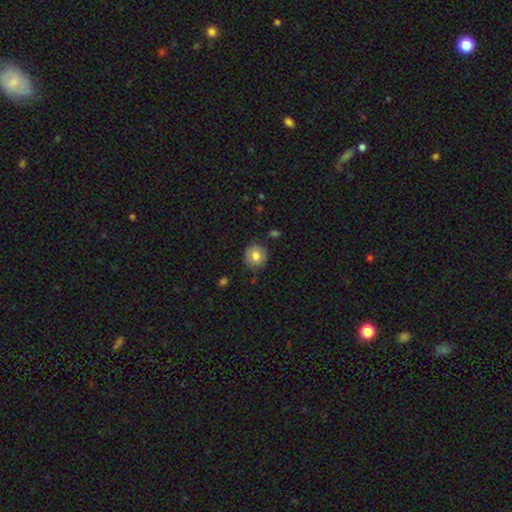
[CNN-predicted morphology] This is likely a smooth galaxy (80%). How rounded: clearly round (90%). Merging: clearly none (83%).